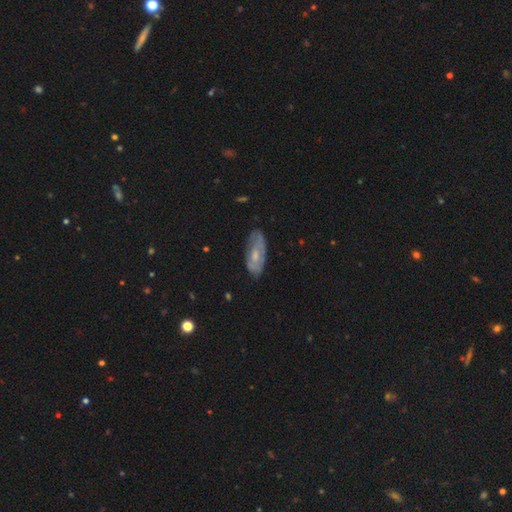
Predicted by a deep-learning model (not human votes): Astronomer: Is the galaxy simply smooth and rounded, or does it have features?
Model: featured or disk — 53% (runner-up: smooth, 40%).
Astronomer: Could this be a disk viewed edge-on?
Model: no — 84%.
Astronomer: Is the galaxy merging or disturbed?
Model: none — 70%.